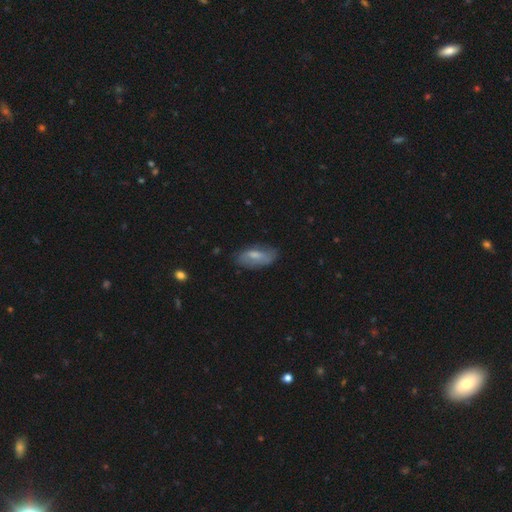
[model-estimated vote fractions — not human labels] Smooth or featured?
  - smooth: 65% *
  - featured or disk: 29%
  - star or artifact: 7%
How rounded?
  - in between: 86% *
  - cigar-shaped: 11%
  - round: 3%
Merging?
  - none: 66% *
  - minor disturbance: 25%
  - major disturbance: 7%
  - merger: 2%